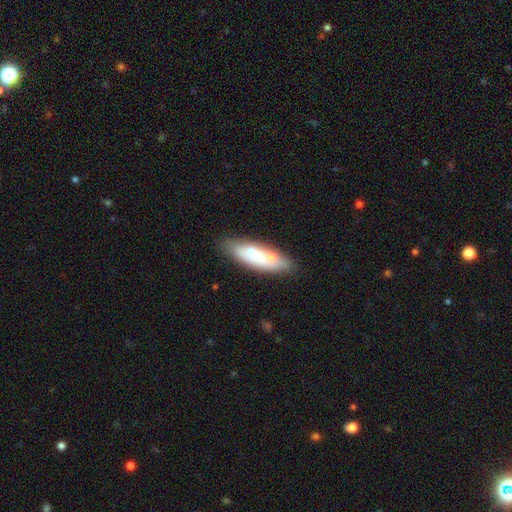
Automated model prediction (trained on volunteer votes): Q: Smooth or featured?
A: smooth (60%); runner-up: featured or disk (33%)
Q: How rounded?
A: in between (57%); runner-up: cigar-shaped (41%)
Q: Merging?
A: none (62%); runner-up: minor disturbance (16%)